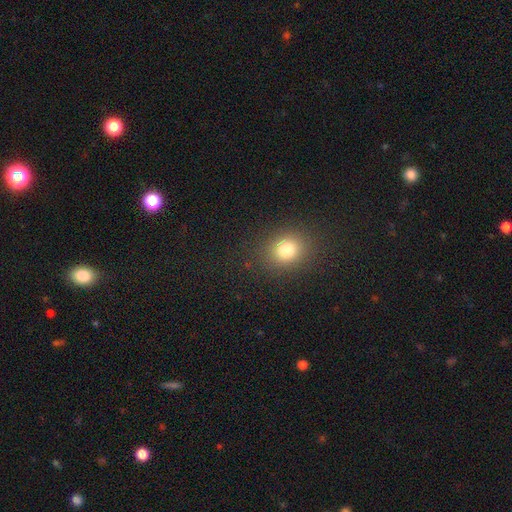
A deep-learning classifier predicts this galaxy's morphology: Q: Smooth or featured?
A: smooth (67%); runner-up: star or artifact (27%)
Q: How rounded?
A: round (71%); runner-up: in between (28%)
Q: Merging?
A: none (90%); runner-up: minor disturbance (7%)